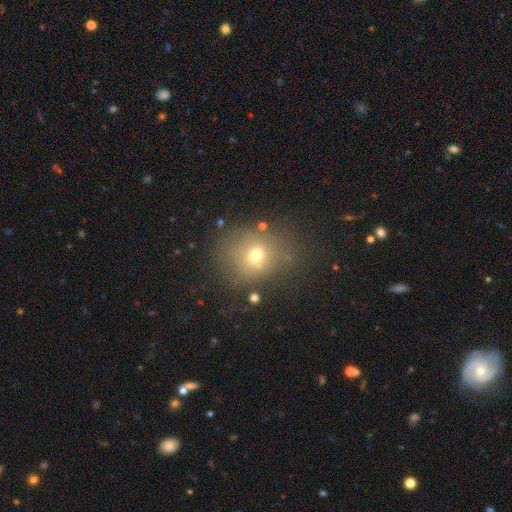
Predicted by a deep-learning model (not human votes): Smooth or featured?
  - smooth: 65% *
  - star or artifact: 19%
  - featured or disk: 16%
How rounded?
  - round: 69% *
  - in between: 30%
  - cigar-shaped: 1%
Merging?
  - none: 69% *
  - minor disturbance: 17%
  - major disturbance: 9%
  - merger: 5%